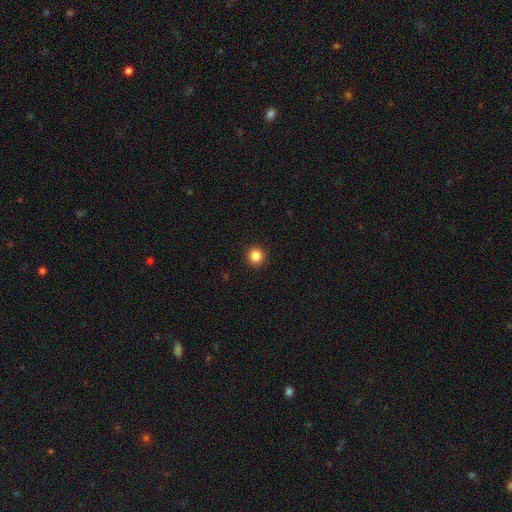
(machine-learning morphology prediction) A smooth galaxy with no disk features (85%) that is round (94%).

Vote fractions:
- Smooth or featured? smooth: 85% / star or artifact: 11% / featured or disk: 4%
- How rounded? round: 94% / in between: 6% / cigar-shaped: 1%
- Merging? none: 93% / minor disturbance: 4% / major disturbance: 2% / merger: 1%